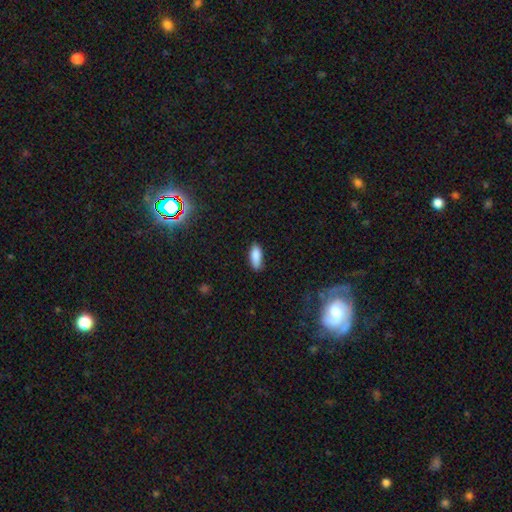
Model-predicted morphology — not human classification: A smooth galaxy with no disk features (87%) that is in between round and cigar-shaped (76%). Merging: none (82%).